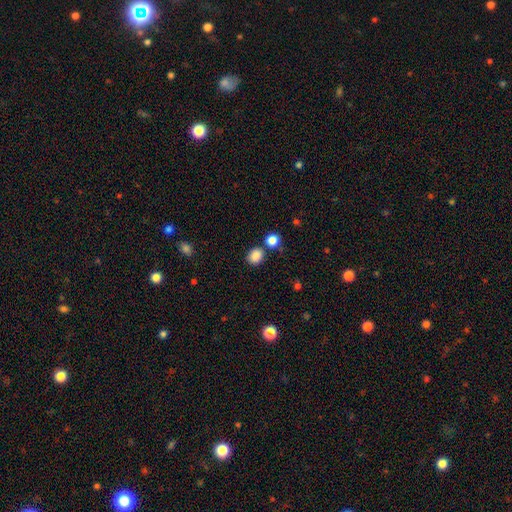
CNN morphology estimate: The model was most divided on "how rounded": round: 61%, in between: 38%, cigar-shaped: 1%. More confident: smooth or featured — smooth (86%); merging — none (75%).